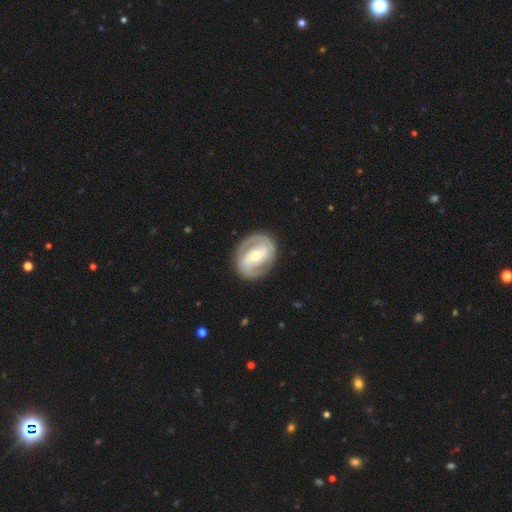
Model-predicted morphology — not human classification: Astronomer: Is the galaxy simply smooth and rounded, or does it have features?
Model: featured or disk — 84%.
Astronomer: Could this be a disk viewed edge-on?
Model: no — 97%.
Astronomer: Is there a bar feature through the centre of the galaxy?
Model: weak — 40% (runner-up: no, 32%).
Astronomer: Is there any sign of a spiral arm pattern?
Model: yes — 92%.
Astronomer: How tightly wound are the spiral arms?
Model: tight — 48% (runner-up: medium, 40%).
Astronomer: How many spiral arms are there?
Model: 2 — 87%.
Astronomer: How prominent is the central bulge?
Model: moderate — 61%.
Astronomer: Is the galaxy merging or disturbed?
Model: none — 85%.